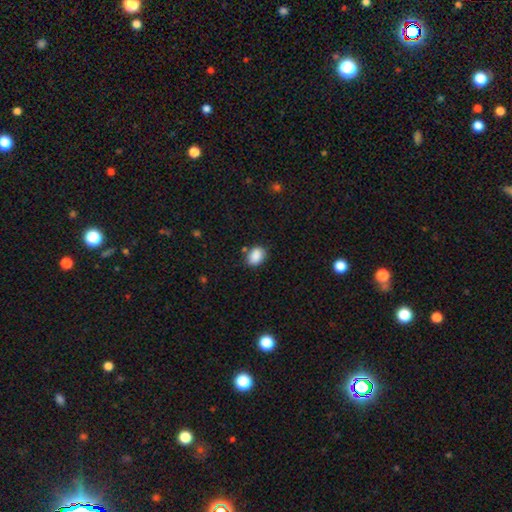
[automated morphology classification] This is clearly a smooth galaxy (88%). How rounded: likely in between (72%). Merging: likely none (77%).